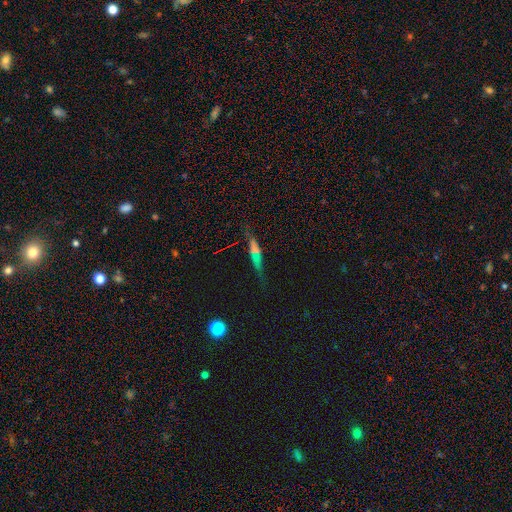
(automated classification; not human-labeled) smooth_or_featured: smooth (p=0.46) [alt: featured or disk p=0.34]
merging: none (p=0.73) [alt: minor disturbance p=0.18]